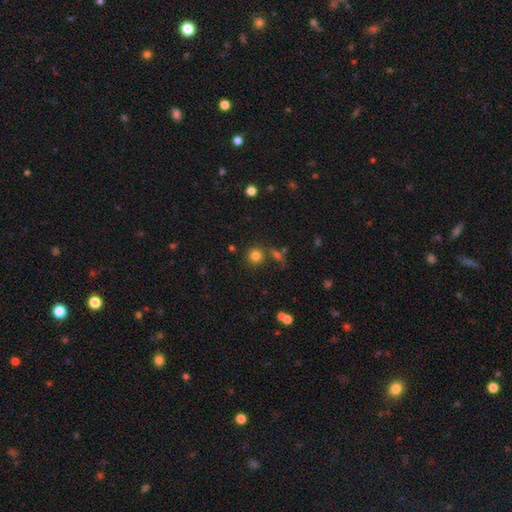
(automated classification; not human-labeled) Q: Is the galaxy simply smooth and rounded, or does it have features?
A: smooth — 81%.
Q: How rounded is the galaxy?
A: round — 90%.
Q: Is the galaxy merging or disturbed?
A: none — 76%.